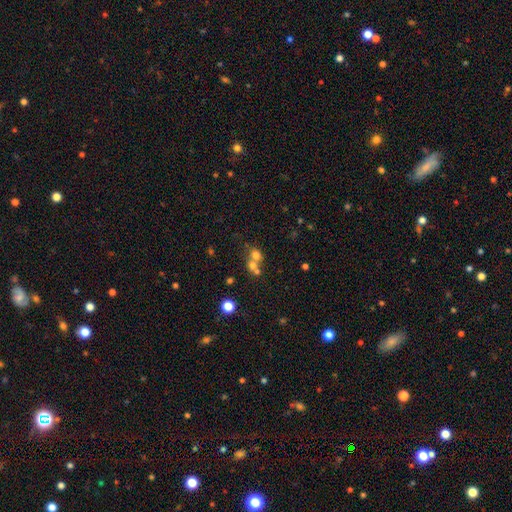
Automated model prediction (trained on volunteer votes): smooth-or-featured: smooth: 65% | featured or disk: 17% | star or artifact: 17%
  how-rounded: round: 71% | in between: 27% | cigar-shaped: 1%
  merging: merger: 58% | none: 32% | minor disturbance: 6% | major disturbance: 4%